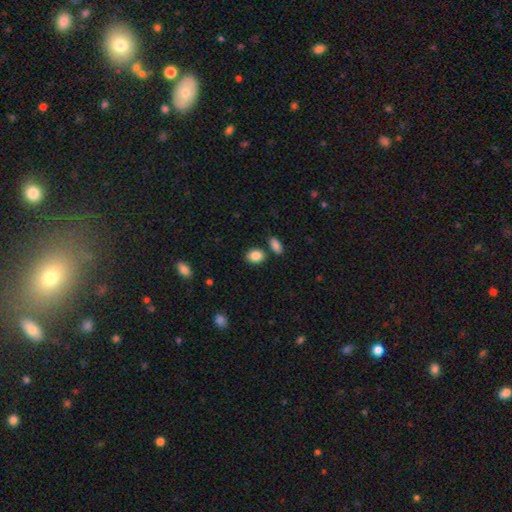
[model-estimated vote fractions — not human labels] smooth 87%, star or artifact 8%, featured or disk 5%. Down the decision tree: how rounded — in between (65%); merging — none (77%).